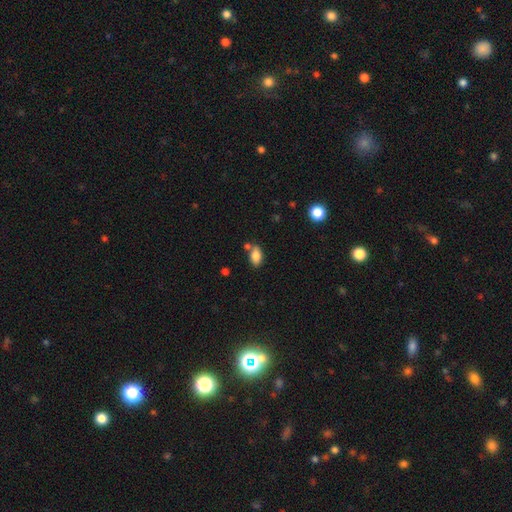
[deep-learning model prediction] Overall: smooth (83%). How rounded: in between (90%). Merging: none (67%).